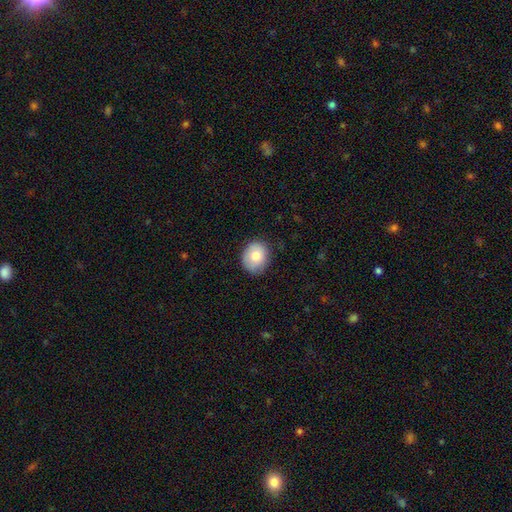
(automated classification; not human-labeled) smooth 82%, featured or disk 11%, star or artifact 7%. Down the decision tree: how rounded — round (56%); merging — none (76%).